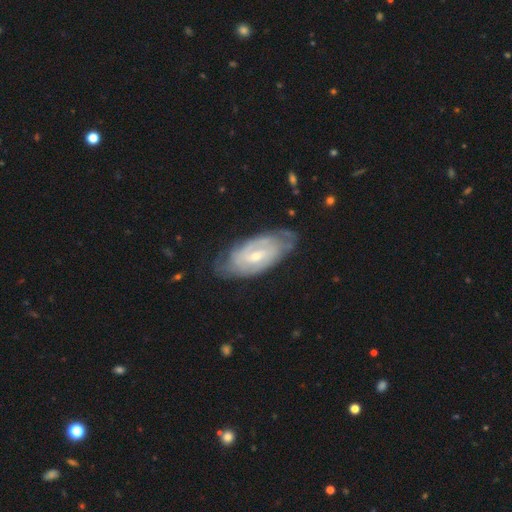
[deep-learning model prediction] smooth-or-featured: featured or disk: 79% | smooth: 16% | star or artifact: 5%
  disk-edge-on: no: 93% | yes: 7%
    bar: weak: 53% | no: 29% | strong: 18%
    has-spiral-arms: yes: 89% | no: 11%
      spiral-winding: tight: 68% | medium: 25% | loose: 7%
      spiral-arm-count: can't tell: 44% | 2: 36% | 3: 9% | 4: 5% | 1: 3% | more than 4: 3%
    bulge-size: small: 50% | moderate: 46% | large: 2% | none: 1% | dominant: 1%
  merging: none: 70% | minor disturbance: 23% | major disturbance: 6% | merger: 2%